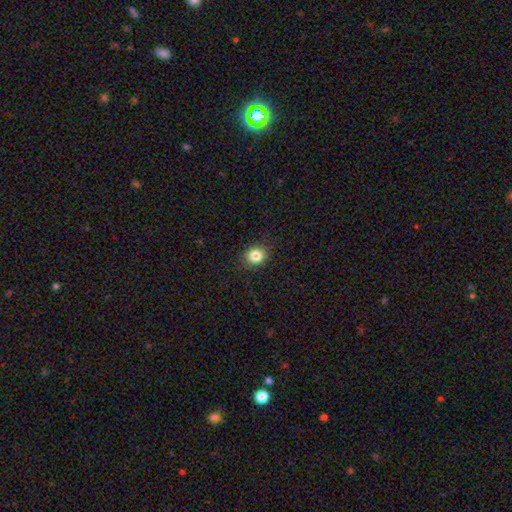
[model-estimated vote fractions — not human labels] Smooth or featured? smooth (84%)
How rounded? round (70%)
Merging? none (89%)